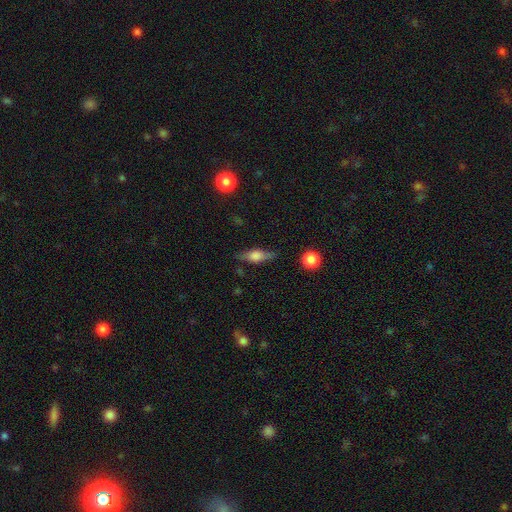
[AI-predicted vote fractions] Smooth or featured? featured or disk (47%)
Merging? none (79%)